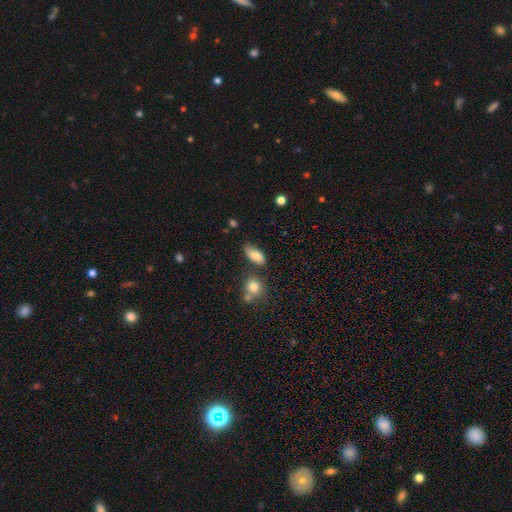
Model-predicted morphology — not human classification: Overall: smooth (83%). How rounded: in between (86%). Merging: none (67%).